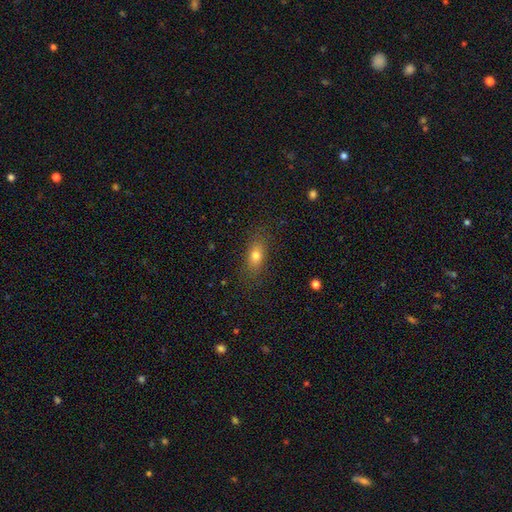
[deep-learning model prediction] This is likely a smooth galaxy (76%). How rounded: likely in between (77%). Merging: clearly none (81%).